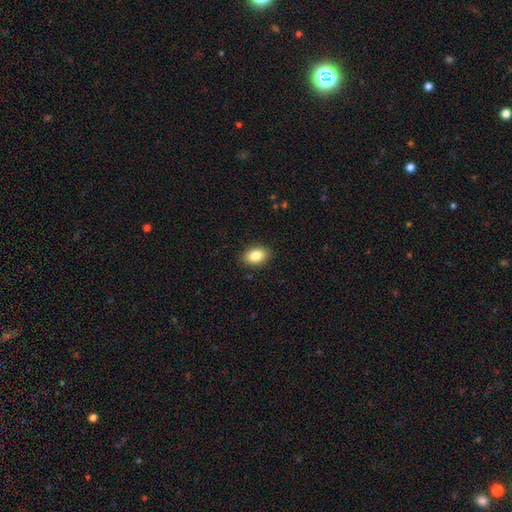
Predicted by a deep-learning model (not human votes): A smooth galaxy with no disk features (84%) that is in between round and cigar-shaped (84%). Merging: none (89%).